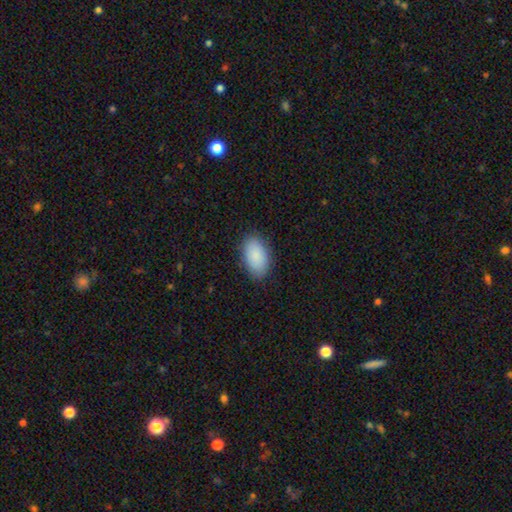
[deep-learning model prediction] smooth_or_featured: smooth (p=0.89) [alt: star or artifact p=0.06]
how_rounded: in between (p=0.94) [alt: round p=0.05]
merging: none (p=0.86) [alt: minor disturbance p=0.10]